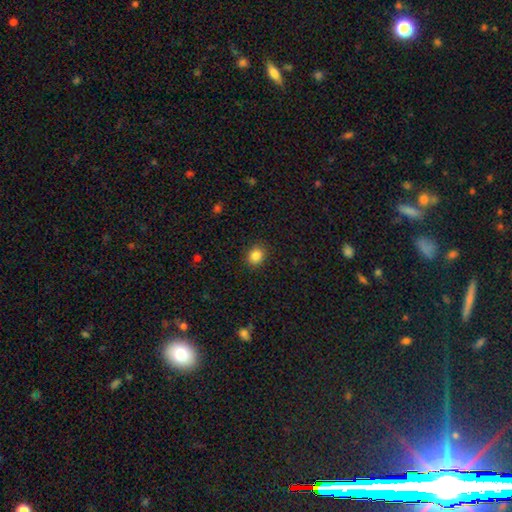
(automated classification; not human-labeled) Q: Smooth or featured?
A: smooth (86%); runner-up: star or artifact (10%)
Q: How rounded?
A: round (66%); runner-up: in between (33%)
Q: Merging?
A: none (90%); runner-up: minor disturbance (7%)